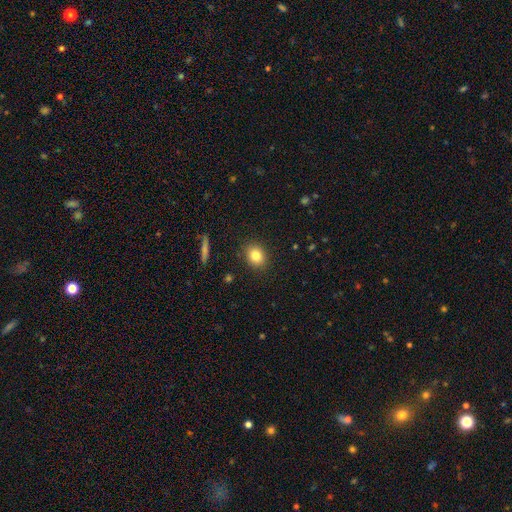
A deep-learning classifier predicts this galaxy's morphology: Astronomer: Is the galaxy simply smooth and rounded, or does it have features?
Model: smooth — 82%.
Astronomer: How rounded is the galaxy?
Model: round — 61% (runner-up: in between, 38%).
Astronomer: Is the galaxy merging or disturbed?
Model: none — 89%.